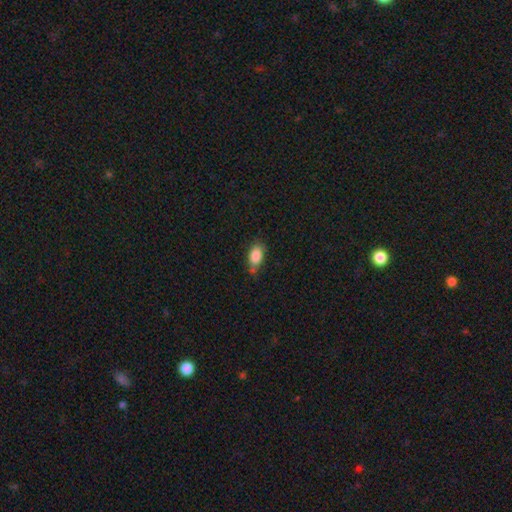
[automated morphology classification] A smooth galaxy with no disk features (86%) that is in between round and cigar-shaped (89%).

Vote fractions:
- Smooth or featured? smooth: 86% / star or artifact: 8% / featured or disk: 6%
- How rounded? in between: 89% / round: 7% / cigar-shaped: 4%
- Merging? none: 60% / minor disturbance: 27% / merger: 7% / major disturbance: 6%